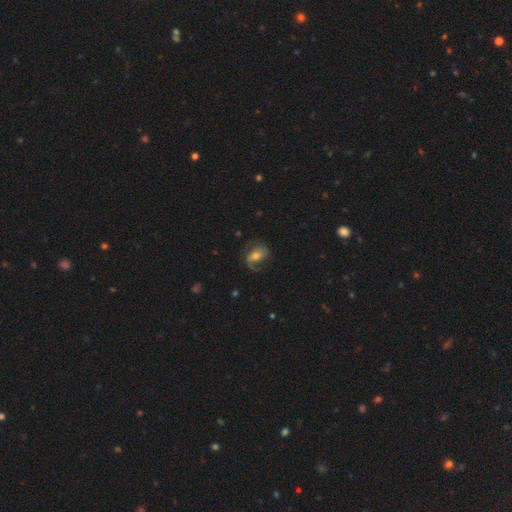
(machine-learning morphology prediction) smooth_or_featured: featured or disk (p=0.69) [alt: smooth p=0.23]
disk_edge_on: no (p=0.96) [alt: yes p=0.04]
bar: no (p=0.45) [alt: weak p=0.37]
has_spiral_arms: yes (p=0.90) [alt: no p=0.10]
spiral_winding: loose (p=0.44) [alt: medium p=0.40]
spiral_arm_count: 2 (p=0.55) [alt: 1 p=0.37]
bulge_size: moderate (p=0.61) [alt: small p=0.29]
merging: none (p=0.58) [alt: minor disturbance p=0.20]